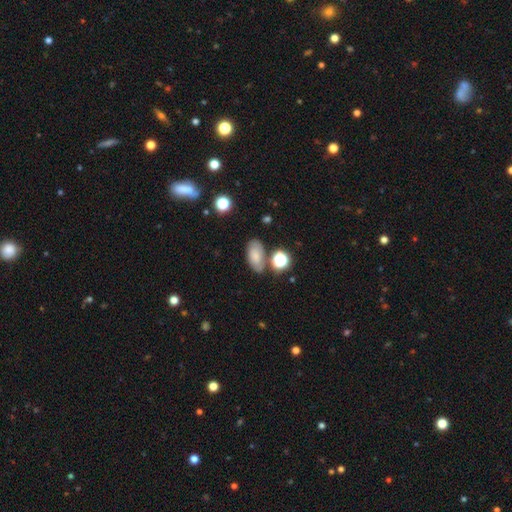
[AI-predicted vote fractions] Smooth or featured? smooth (72%)
How rounded? in between (90%)
Merging? none (66%)